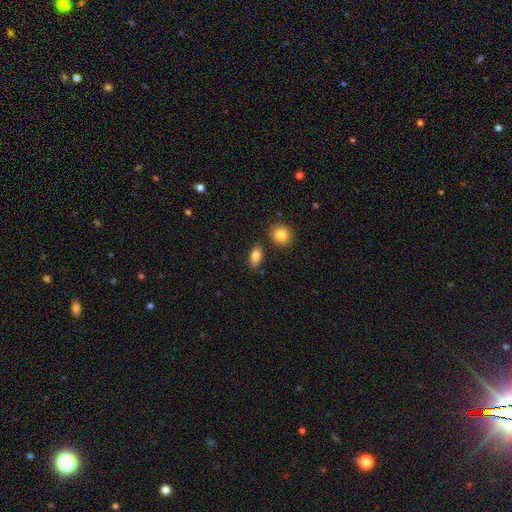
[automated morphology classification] A smooth galaxy with no disk features (84%) that is in between round and cigar-shaped (86%).

Vote fractions:
- Smooth or featured? smooth: 84% / star or artifact: 8% / featured or disk: 8%
- How rounded? in between: 86% / round: 9% / cigar-shaped: 5%
- Merging? none: 82% / minor disturbance: 11% / merger: 5% / major disturbance: 3%